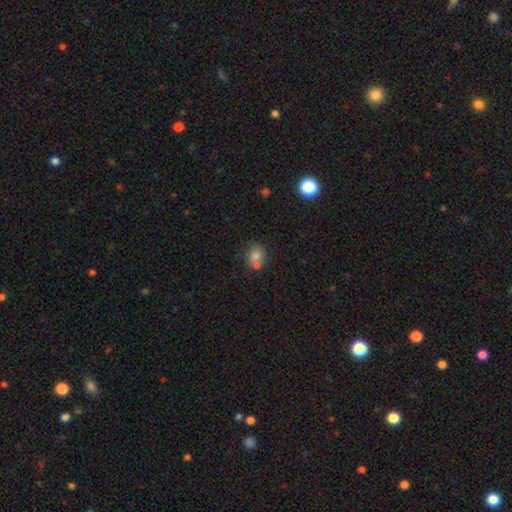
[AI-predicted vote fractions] Smooth or featured? Predicted: smooth (p=0.74). How rounded? Predicted: round (p=0.64). Merging? Predicted: none (p=0.43).